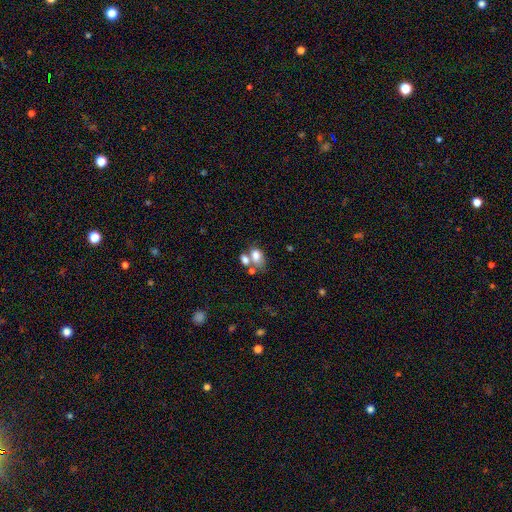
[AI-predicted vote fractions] Smooth or featured? smooth (76%)
How rounded? in between (81%)
Merging? merger (45%)